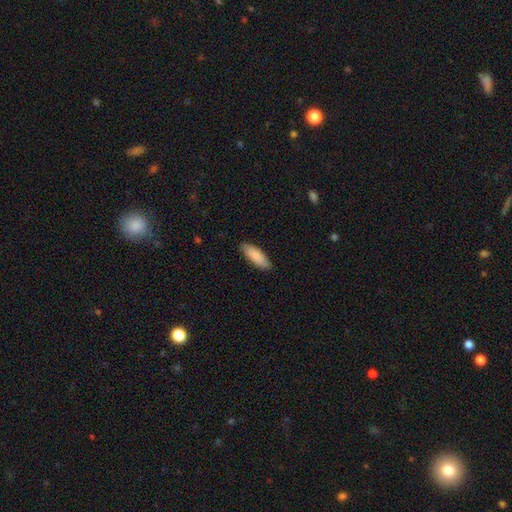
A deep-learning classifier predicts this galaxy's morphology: Smooth or featured? Predicted: smooth (p=0.87). How rounded? Predicted: in between (p=0.62). Merging? Predicted: none (p=0.87).